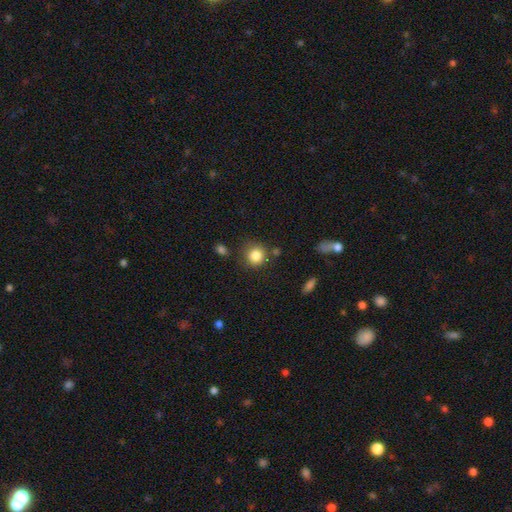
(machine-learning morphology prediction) Q: Smooth or featured?
A: smooth (85%); runner-up: star or artifact (10%)
Q: How rounded?
A: round (90%); runner-up: in between (10%)
Q: Merging?
A: none (78%); runner-up: minor disturbance (13%)